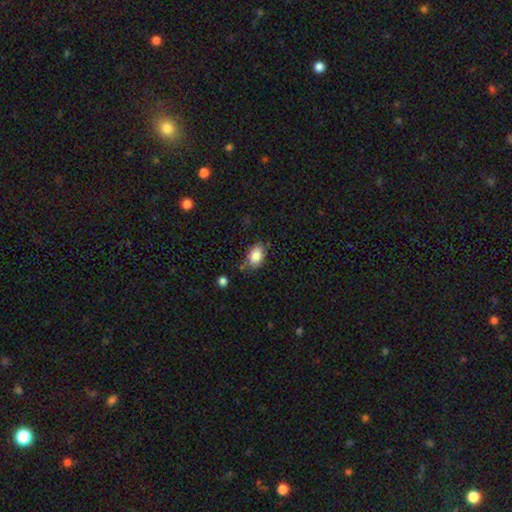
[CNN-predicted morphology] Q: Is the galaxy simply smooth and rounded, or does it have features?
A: smooth — 85%.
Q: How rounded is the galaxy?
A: in between — 80%.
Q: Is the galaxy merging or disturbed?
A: none — 72%.